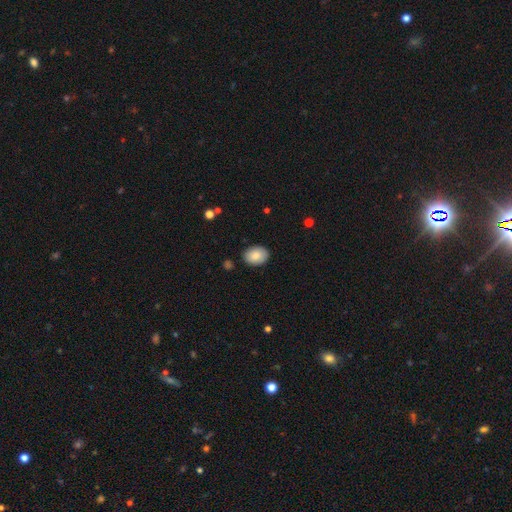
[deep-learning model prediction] Smooth or featured? smooth (85%)
How rounded? in between (78%)
Merging? none (87%)